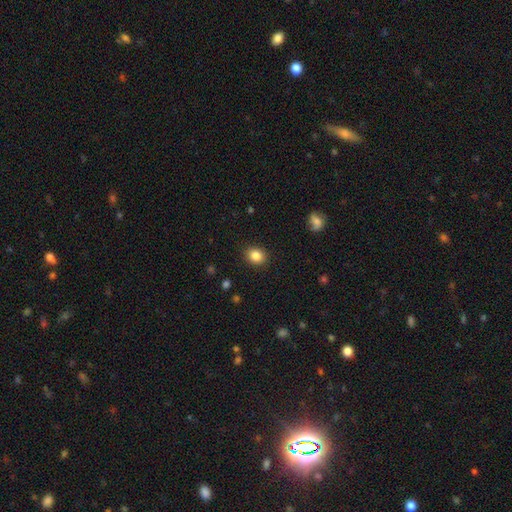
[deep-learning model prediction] Smooth or featured?
  - smooth: 86% *
  - star or artifact: 10%
  - featured or disk: 5%
How rounded?
  - round: 63% *
  - in between: 36%
  - cigar-shaped: 1%
Merging?
  - none: 89% *
  - minor disturbance: 8%
  - major disturbance: 2%
  - merger: 1%